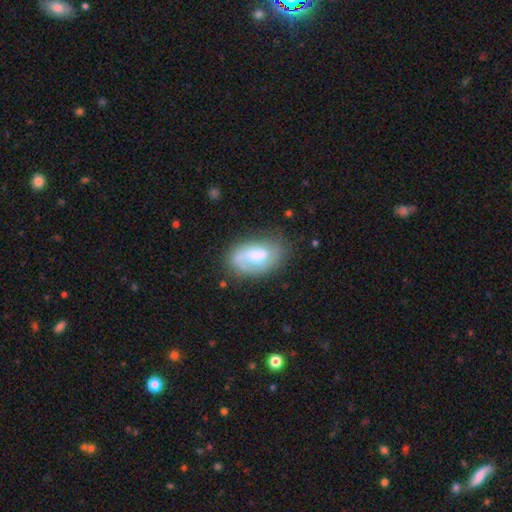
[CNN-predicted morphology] A featured or disk galaxy (58%) with no bar (46%), spiral arms (82%) and a moderate central bulge (50%).

Vote fractions:
- Smooth or featured? featured or disk: 58% / smooth: 35% / star or artifact: 7%
- Edge-on disk? no: 96% / yes: 4%
- Bar? no: 46% / weak: 43% / strong: 11%
- Spiral arms? yes: 82% / no: 18%
- Bulge size? moderate: 50% / small: 22% / large: 19% / none: 7% / dominant: 2%
- Merging? none: 67% / minor disturbance: 21% / major disturbance: 10% / merger: 2%